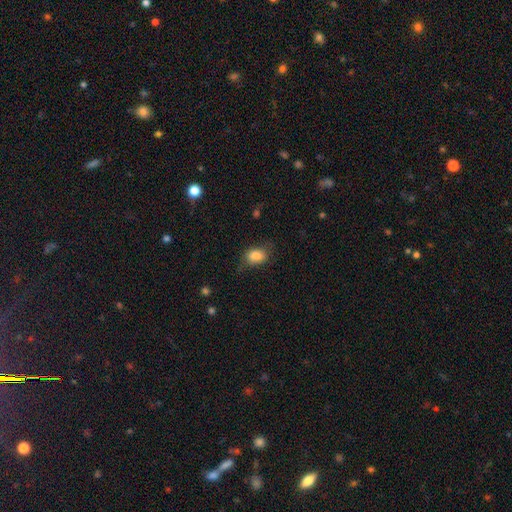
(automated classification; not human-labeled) A smooth galaxy with no disk features (84%) that is in between round and cigar-shaped (75%).

Vote fractions:
- Smooth or featured? smooth: 84% / star or artifact: 9% / featured or disk: 7%
- How rounded? in between: 75% / round: 24% / cigar-shaped: 1%
- Merging? none: 64% / minor disturbance: 25% / major disturbance: 9% / merger: 2%